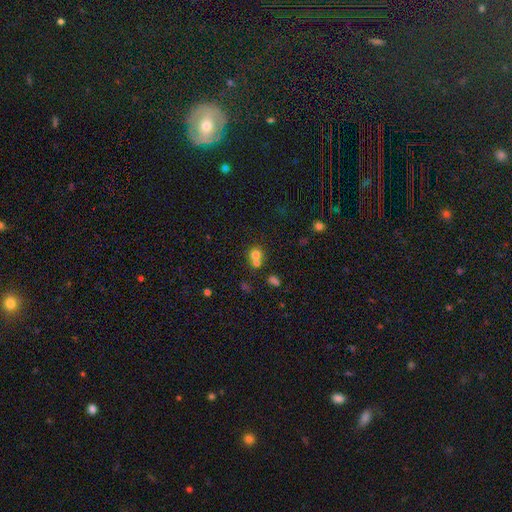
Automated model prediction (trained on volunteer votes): Overall: smooth (71%). How rounded: round (84%). Merging: merger (47%; none 43%).